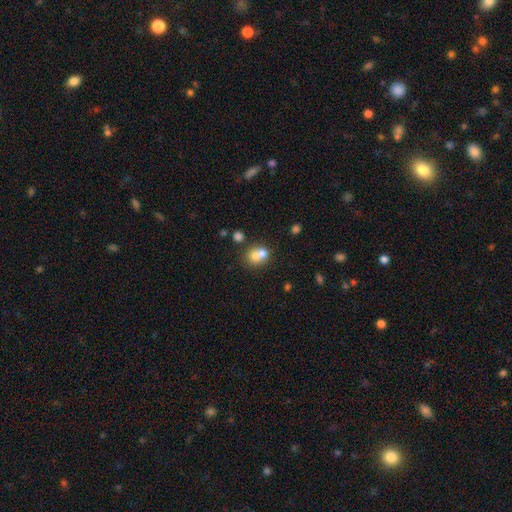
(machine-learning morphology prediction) The model was most divided on "merging": merger: 60%, none: 31%, minor disturbance: 6%, major disturbance: 3%. More confident: how rounded — round (71%); smooth or featured — smooth (70%).